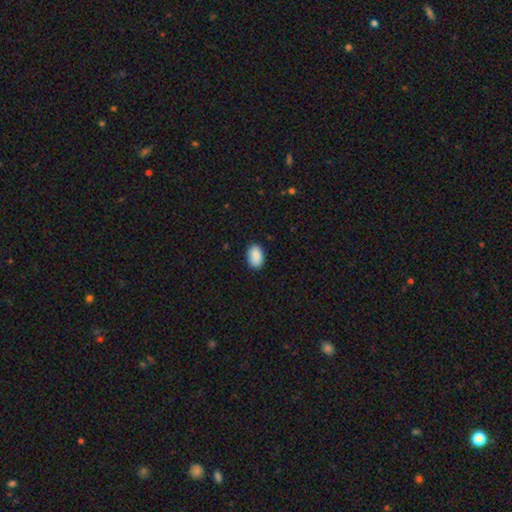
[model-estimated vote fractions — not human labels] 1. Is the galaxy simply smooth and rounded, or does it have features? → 88% smooth, 7% star or artifact, 5% featured or disk.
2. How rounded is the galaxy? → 87% in between, 12% round, 1% cigar-shaped.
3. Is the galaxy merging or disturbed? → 86% none, 11% minor disturbance, 2% major disturbance, 1% merger.